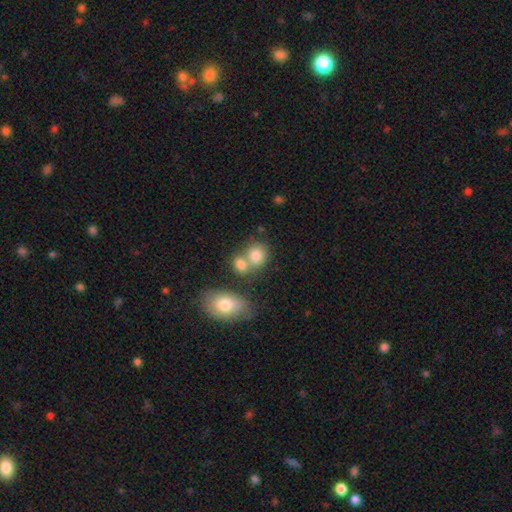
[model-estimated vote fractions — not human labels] A smooth galaxy with no disk features (80%) that is round (62%).

Vote fractions:
- Smooth or featured? smooth: 80% / star or artifact: 10% / featured or disk: 10%
- How rounded? round: 62% / in between: 37% / cigar-shaped: 1%
- Merging? merger: 45% / none: 42% / minor disturbance: 9% / major disturbance: 4%